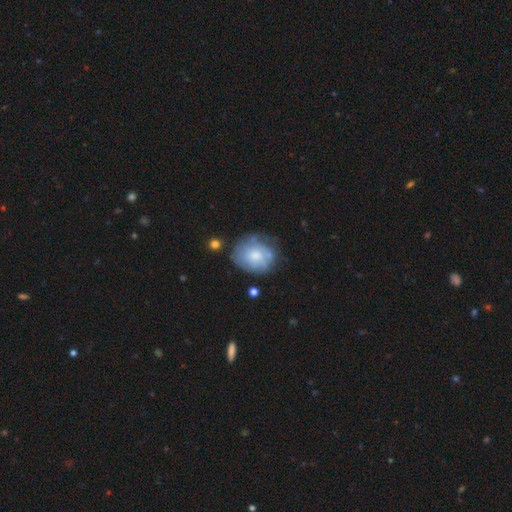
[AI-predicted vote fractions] smooth-or-featured: smooth: 54% | featured or disk: 38% | star or artifact: 8%
  how-rounded: round: 69% | in between: 30% | cigar-shaped: 1%
  merging: none: 60% | minor disturbance: 24% | major disturbance: 11% | merger: 5%